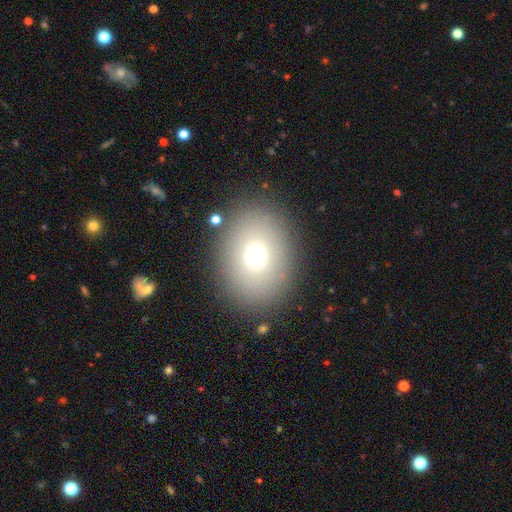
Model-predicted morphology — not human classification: Smooth or featured: smooth — 71% (featured or disk — 15%)
How rounded: in between — 57% (round — 42%)
Merging: none — 87% (minor disturbance — 8%)